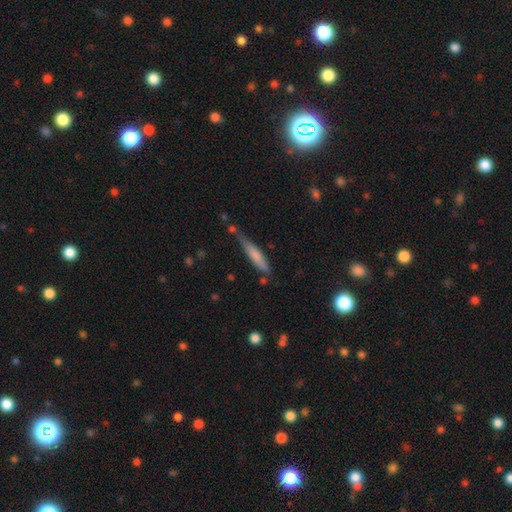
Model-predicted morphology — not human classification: smooth 67%, featured or disk 26%, star or artifact 7%. Down the decision tree: how rounded — cigar-shaped (87%); merging — none (53%).